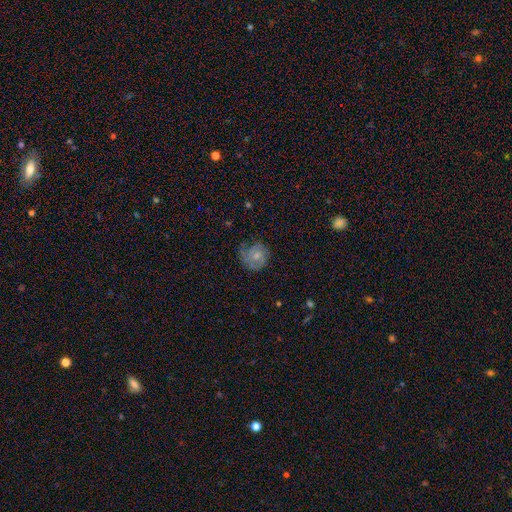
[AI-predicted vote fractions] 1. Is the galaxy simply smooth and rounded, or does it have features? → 47% smooth, 45% featured or disk, 8% star or artifact.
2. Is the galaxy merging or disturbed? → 51% none, 30% minor disturbance, 17% major disturbance, 2% merger.